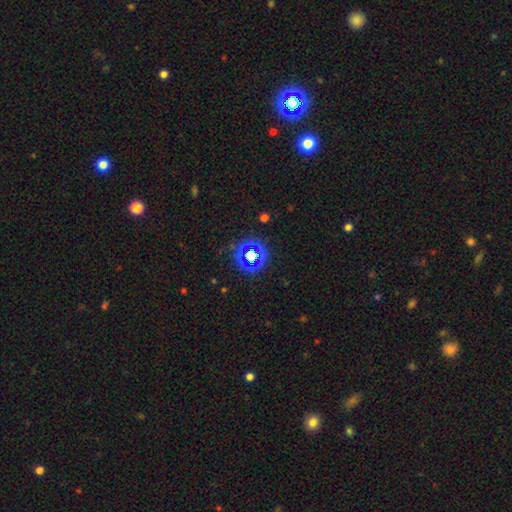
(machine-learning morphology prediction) Overall: star or artifact (72%).